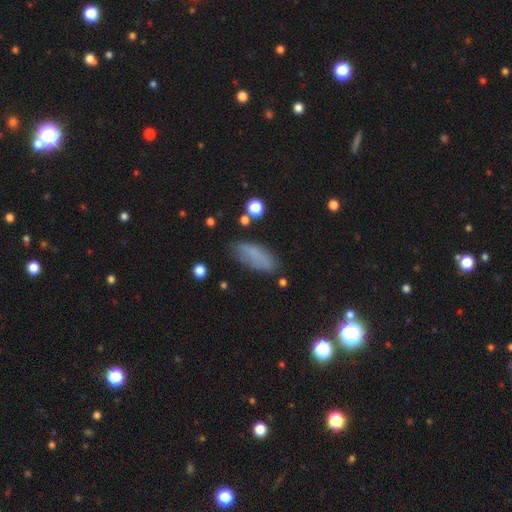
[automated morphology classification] Overall: smooth (77%). How rounded: in between (72%). Merging: none (73%).